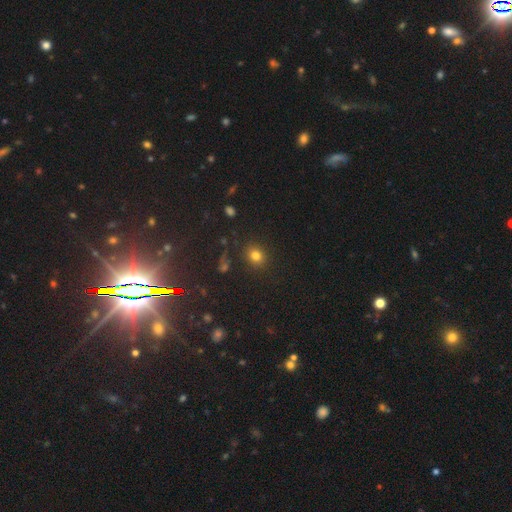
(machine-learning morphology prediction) smooth-or-featured: smooth: 79% | star or artifact: 15% | featured or disk: 7%
  how-rounded: round: 71% | in between: 28% | cigar-shaped: 1%
  merging: none: 85% | minor disturbance: 9% | major disturbance: 3% | merger: 3%